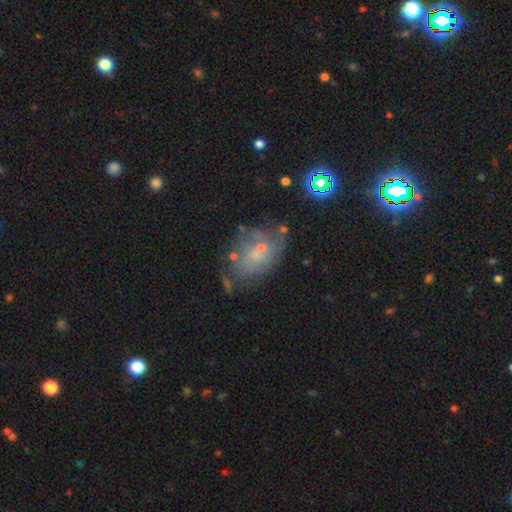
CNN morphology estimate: Smooth or featured? Predicted: featured or disk (p=0.44). Merging? Predicted: none (p=0.46).